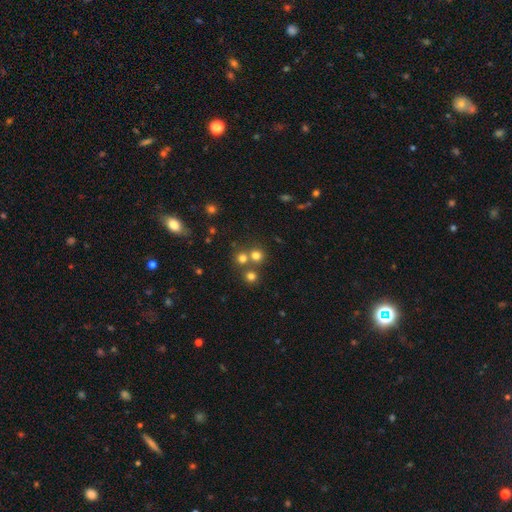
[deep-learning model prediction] Smooth or featured?
  - smooth: 70% *
  - star or artifact: 20%
  - featured or disk: 9%
How rounded?
  - round: 90% *
  - in between: 9%
  - cigar-shaped: 1%
Merging?
  - none: 62% *
  - merger: 29%
  - minor disturbance: 6%
  - major disturbance: 3%